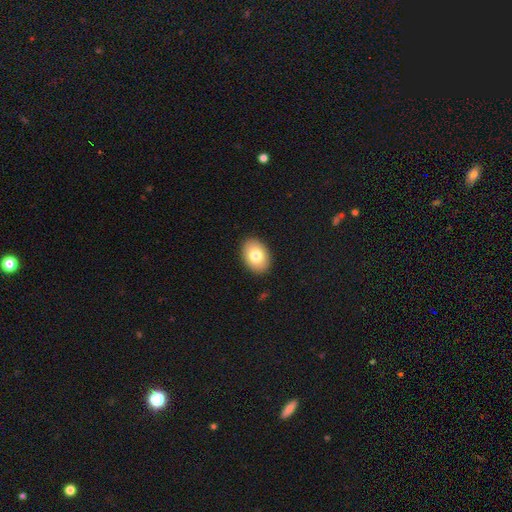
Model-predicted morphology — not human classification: The model was most divided on "how rounded": in between: 80%, round: 19%, cigar-shaped: 1%. More confident: merging — none (91%); smooth or featured — smooth (78%).